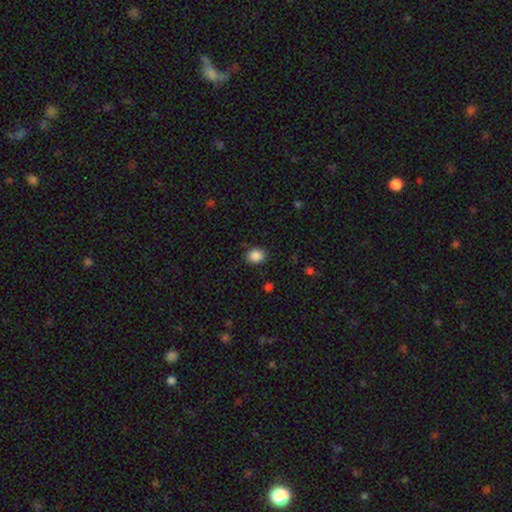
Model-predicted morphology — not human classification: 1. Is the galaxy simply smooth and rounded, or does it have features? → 88% smooth, 9% star or artifact, 3% featured or disk.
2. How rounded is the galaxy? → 59% in between, 40% round, 1% cigar-shaped.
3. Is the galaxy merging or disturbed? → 87% none, 9% minor disturbance, 3% major disturbance, 1% merger.